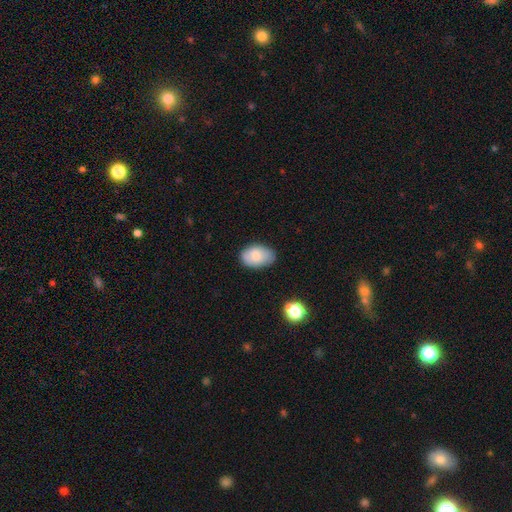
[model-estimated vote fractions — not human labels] Smooth or featured? Predicted: smooth (p=0.79). How rounded? Predicted: in between (p=0.89). Merging? Predicted: none (p=0.72).